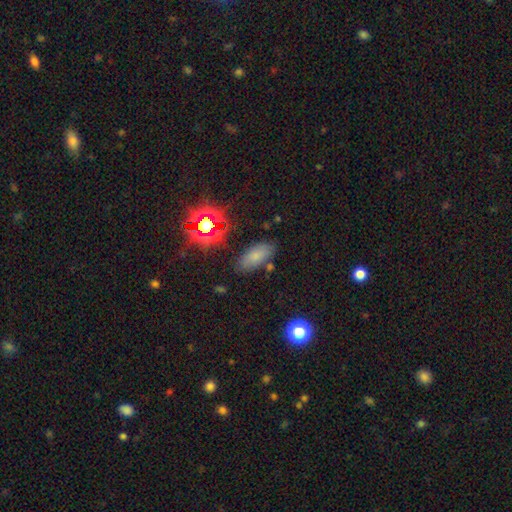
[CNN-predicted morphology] smooth-or-featured: smooth: 71% | star or artifact: 19% | featured or disk: 10%
  how-rounded: in between: 86% | cigar-shaped: 10% | round: 4%
  merging: none: 78% | minor disturbance: 14% | major disturbance: 4% | merger: 4%